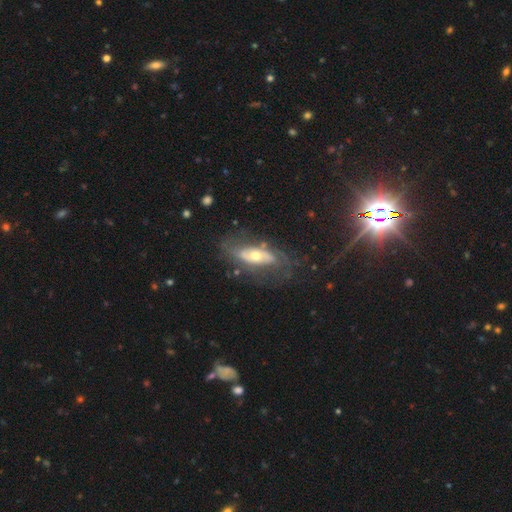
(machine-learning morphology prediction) Smooth or featured: featured or disk — 71% (smooth — 20%)
Edge-on disk: no — 83% (yes — 17%)
Bar: no — 62% (weak — 23%)
Spiral arms: yes — 70% (no — 30%)
Bulge size: moderate — 59% (small — 33%)
Merging: none — 61% (minor disturbance — 19%)